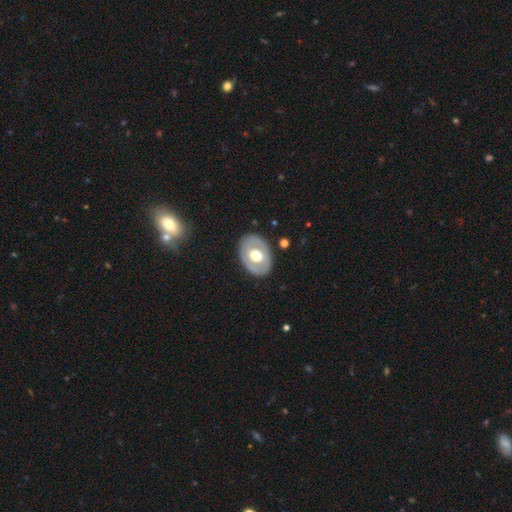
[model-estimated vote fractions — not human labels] smooth-or-featured: featured or disk: 53% | smooth: 42% | star or artifact: 5%
  disk-edge-on: no: 92% | yes: 8%
  merging: none: 83% | minor disturbance: 12% | major disturbance: 4% | merger: 1%